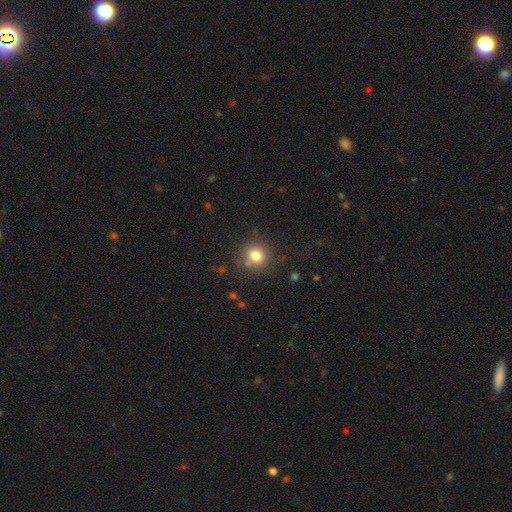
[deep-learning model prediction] Overall: smooth (79%). How rounded: round (90%). Merging: none (80%).